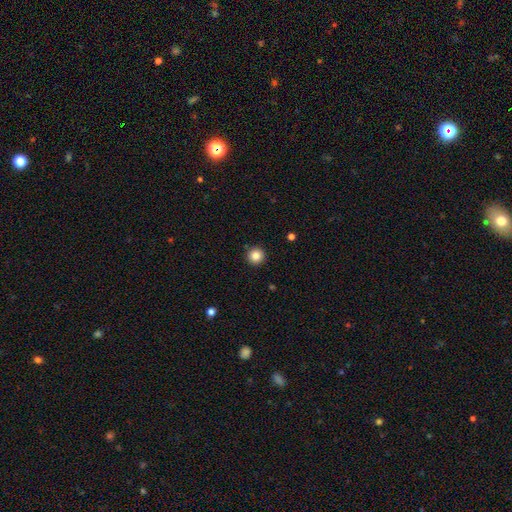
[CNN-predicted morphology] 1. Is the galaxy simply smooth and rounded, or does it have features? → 85% smooth, 10% star or artifact, 4% featured or disk.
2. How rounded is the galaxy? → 96% round, 3% in between, 1% cigar-shaped.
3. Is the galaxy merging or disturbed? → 92% none, 5% minor disturbance, 2% major disturbance, 1% merger.